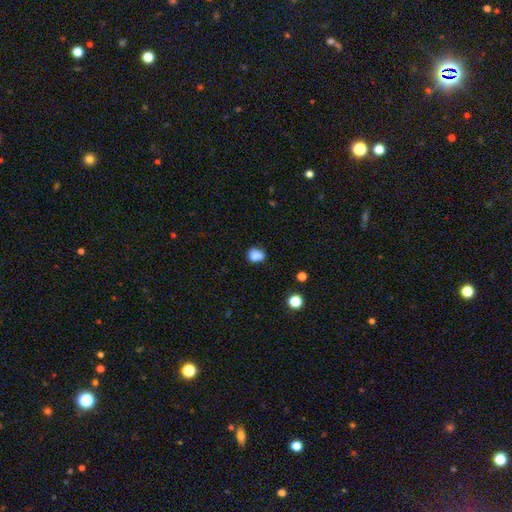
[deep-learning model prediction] smooth-or-featured: smooth: 82% | star or artifact: 11% | featured or disk: 7%
  how-rounded: round: 51% | in between: 48% | cigar-shaped: 1%
  merging: none: 57% | minor disturbance: 24% | merger: 12% | major disturbance: 7%